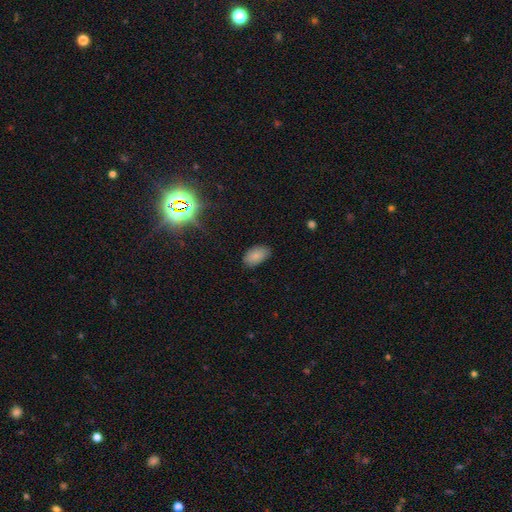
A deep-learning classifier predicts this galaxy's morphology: This is clearly a smooth galaxy (81%). How rounded: clearly in between (92%). Merging: likely none (79%).